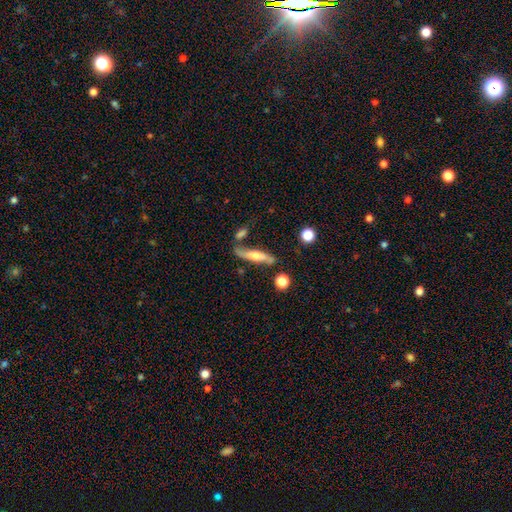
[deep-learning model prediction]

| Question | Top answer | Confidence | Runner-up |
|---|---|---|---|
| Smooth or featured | featured or disk | 50% | smooth (42%) |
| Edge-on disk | yes | 72% | no (28%) |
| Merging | none | 66% | minor disturbance (18%) |